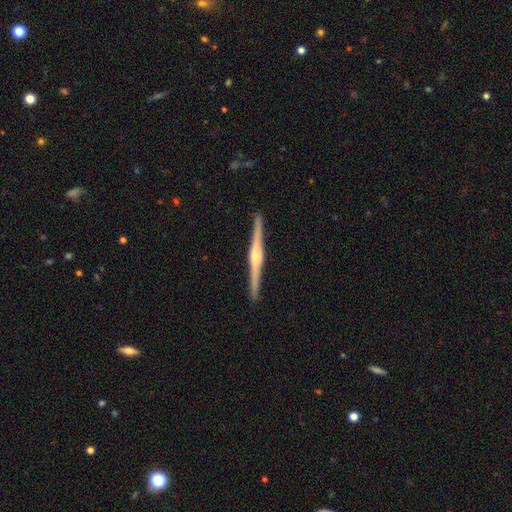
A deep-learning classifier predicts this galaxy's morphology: Overall: featured or disk (84%). Edge-on disk: yes (98%). Edge-on bulge: rounded (80%). Merging: none (92%).